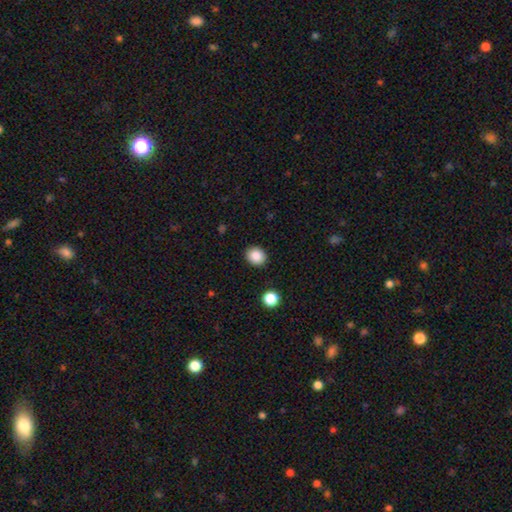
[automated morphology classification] Smooth or featured? smooth (87%)
How rounded? round (69%)
Merging? none (90%)